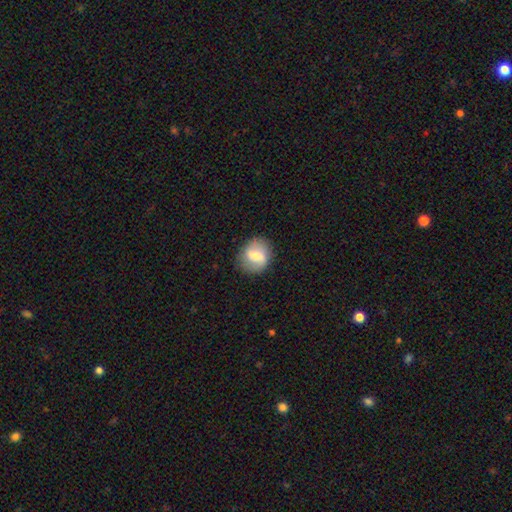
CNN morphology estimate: smooth_or_featured: smooth (p=0.52) [alt: featured or disk p=0.40]
how_rounded: round (p=0.77) [alt: in between p=0.22]
merging: none (p=0.84) [alt: minor disturbance p=0.11]